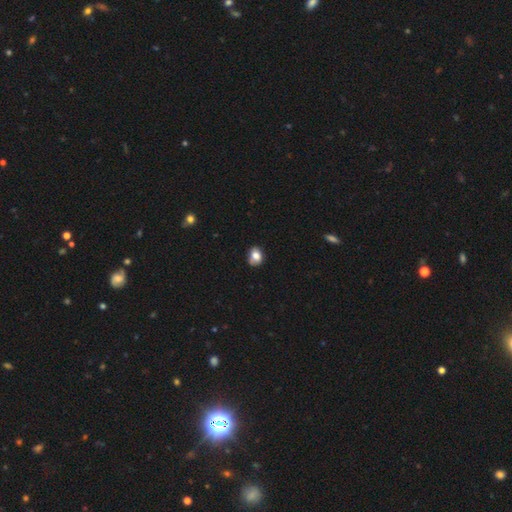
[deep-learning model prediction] Smooth or featured? smooth (78%)
How rounded? in between (54%)
Merging? none (67%)